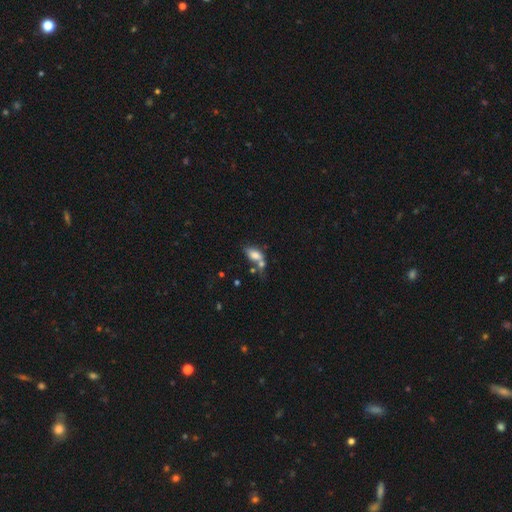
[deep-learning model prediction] A smooth galaxy with no disk features (72%) that is in between round and cigar-shaped (85%). Merging: merger (42%).